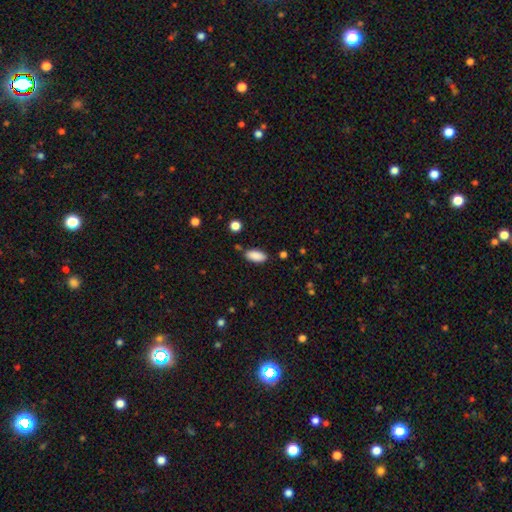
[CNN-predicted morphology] smooth 89%, star or artifact 7%, featured or disk 4%. Down the decision tree: how rounded — in between (90%); merging — none (83%).